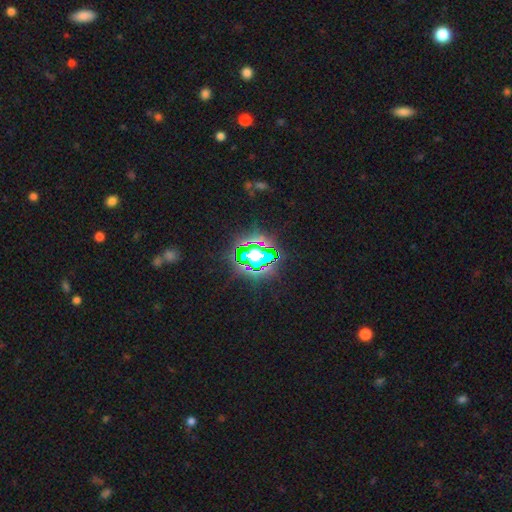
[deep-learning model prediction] Smooth or featured: star or artifact — 64% (smooth — 20%)